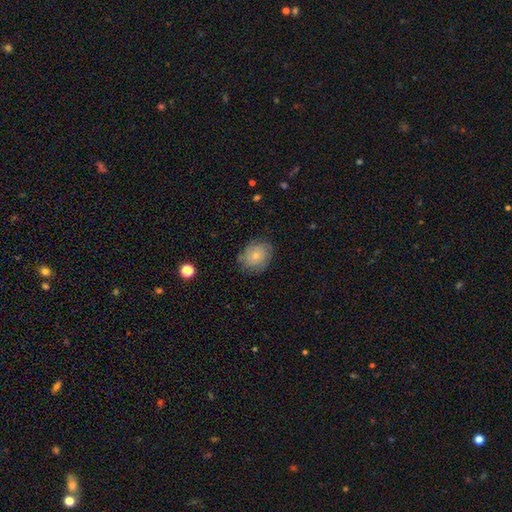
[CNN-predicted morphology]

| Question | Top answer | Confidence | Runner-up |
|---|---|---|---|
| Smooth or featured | smooth | 66% | featured or disk (25%) |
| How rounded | round | 55% | in between (44%) |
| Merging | none | 75% | minor disturbance (18%) |